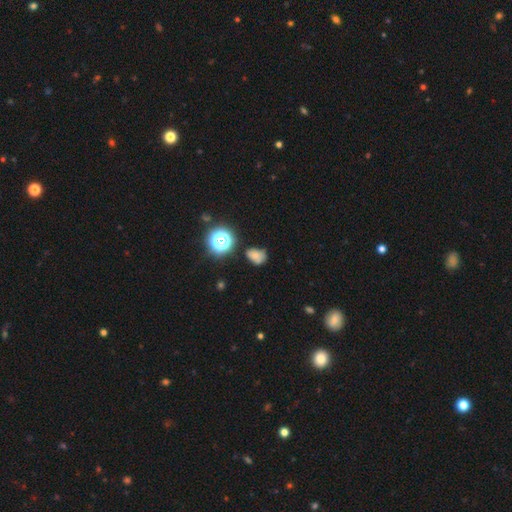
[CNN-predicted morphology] smooth 65%, star or artifact 20%, featured or disk 15%. Down the decision tree: how rounded — in between (63%); merging — none (57%).